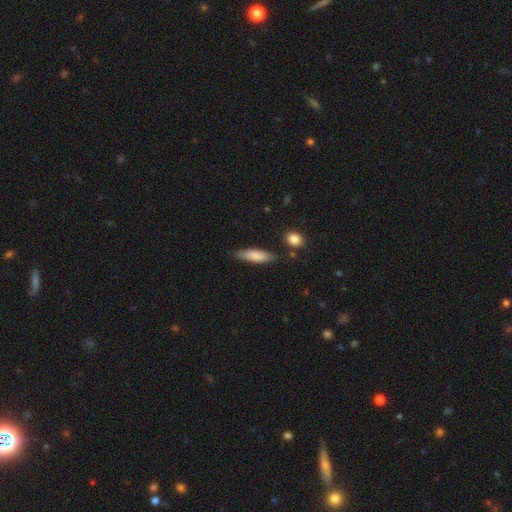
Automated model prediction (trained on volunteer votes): This is clearly a smooth galaxy (80%). How rounded: likely cigar-shaped (62%). Merging: likely none (79%).